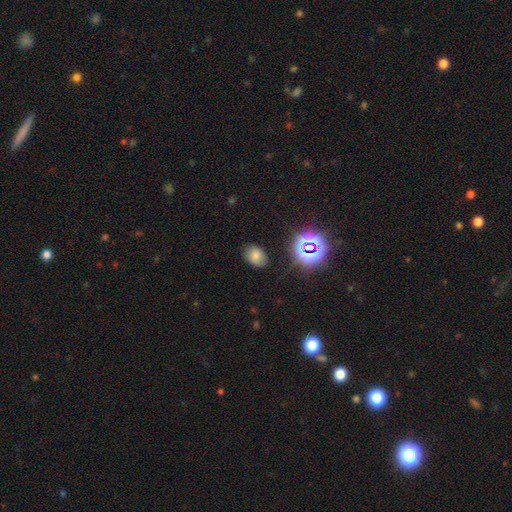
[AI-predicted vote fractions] smooth 70%, star or artifact 20%, featured or disk 10%. Down the decision tree: how rounded — in between (73%); merging — none (78%).